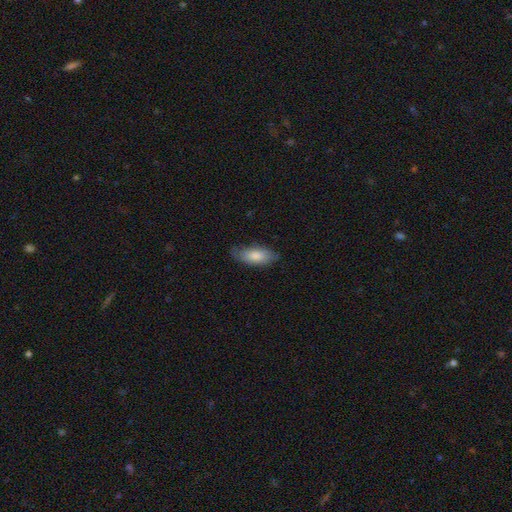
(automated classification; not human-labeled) Overall: smooth (79%). How rounded: in between (85%). Merging: none (70%).